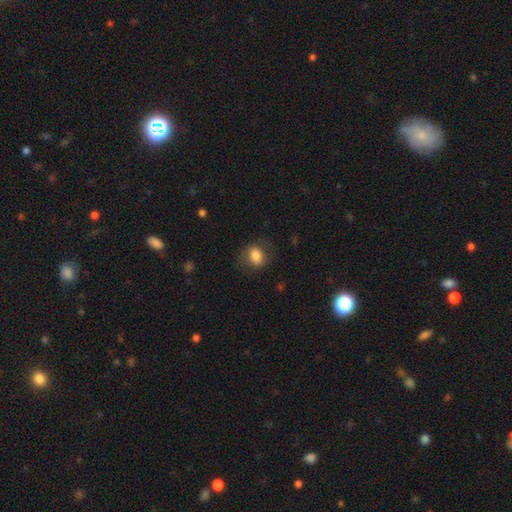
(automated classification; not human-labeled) Overall: smooth (79%). How rounded: in between (50%; round 49%). Merging: none (75%).